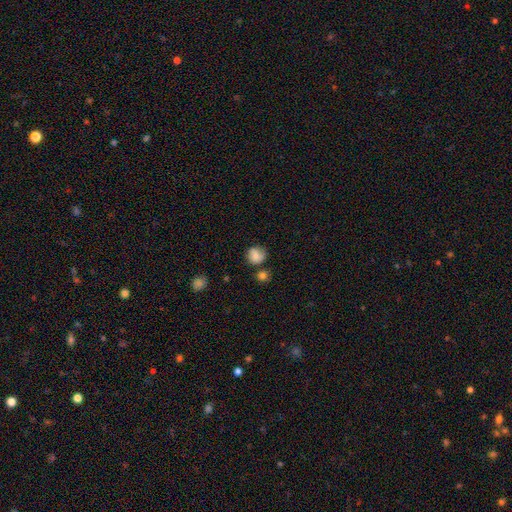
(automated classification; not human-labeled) Q: Smooth or featured?
A: smooth (76%); runner-up: featured or disk (14%)
Q: How rounded?
A: round (79%); runner-up: in between (20%)
Q: Merging?
A: none (59%); runner-up: minor disturbance (24%)